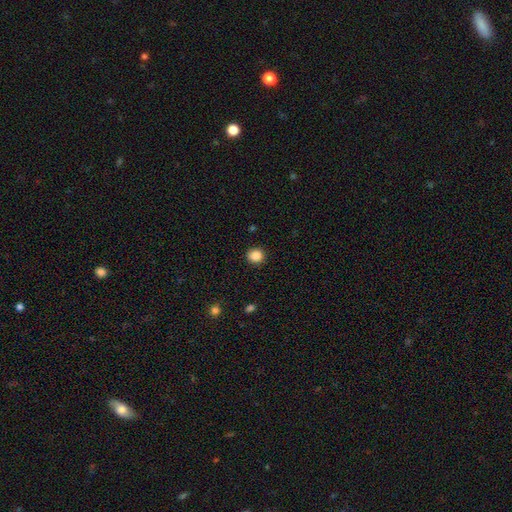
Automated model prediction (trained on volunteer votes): Smooth or featured: smooth — 86% (star or artifact — 10%)
How rounded: round — 87% (in between — 13%)
Merging: none — 91% (minor disturbance — 6%)